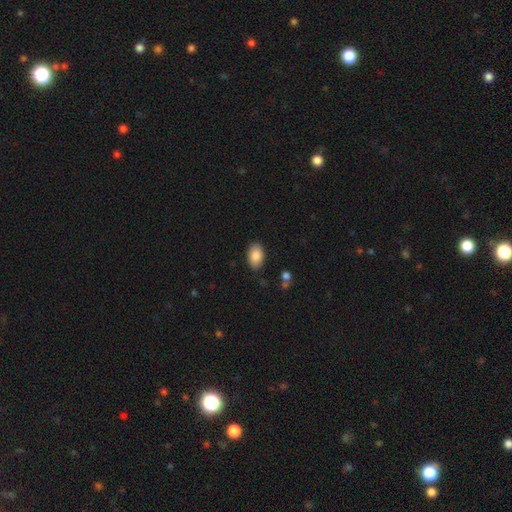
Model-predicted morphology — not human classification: smooth 88%, star or artifact 7%, featured or disk 5%. Down the decision tree: how rounded — in between (92%); merging — none (87%).